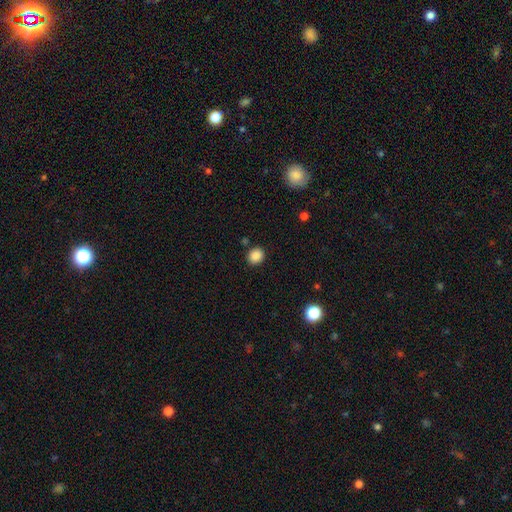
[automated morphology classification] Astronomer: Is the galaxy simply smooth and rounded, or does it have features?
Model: smooth — 87%.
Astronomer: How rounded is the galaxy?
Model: round — 76%.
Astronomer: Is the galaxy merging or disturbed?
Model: none — 86%.